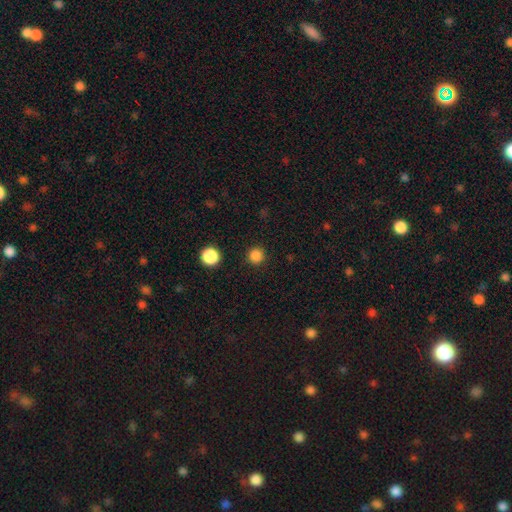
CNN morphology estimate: smooth 84%, star or artifact 14%, featured or disk 3%. Down the decision tree: how rounded — round (95%); merging — none (91%).